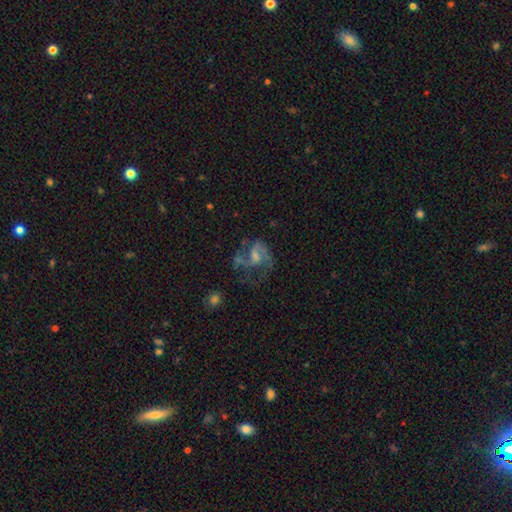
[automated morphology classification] Overall: featured or disk (74%). Edge-on disk: no (98%). Bar: weak (49%; no 34%). Spiral arms: yes (82%). Spiral arm count: 2 (68%). Spiral winding: medium (48%; loose 38%). Bulge size: moderate (33%; small 32%). Merging: none (38%; major disturbance 37%).